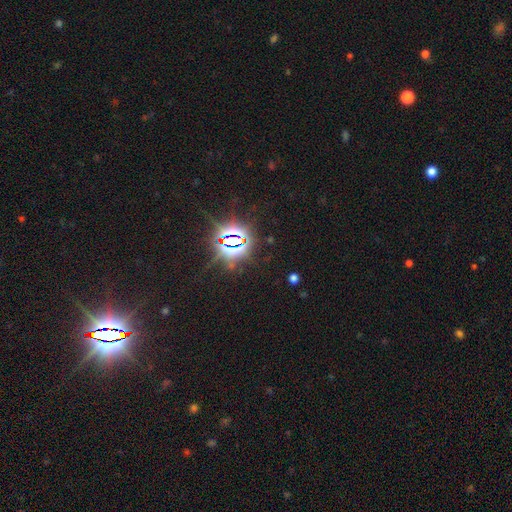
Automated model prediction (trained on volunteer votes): Smooth or featured: star or artifact — 85% (smooth — 9%)